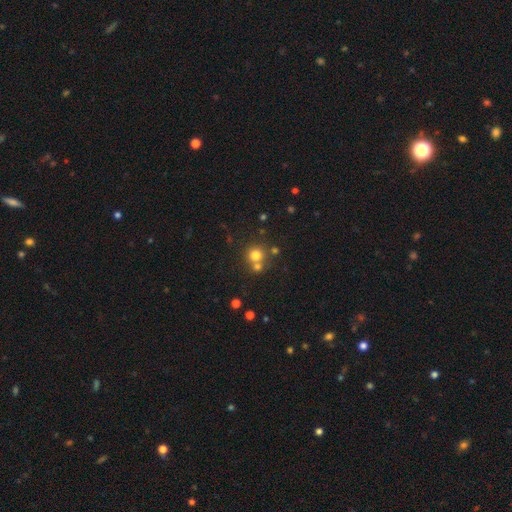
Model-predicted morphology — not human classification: This appears to be a smooth galaxy with no disk features (75%) that is round (90%). Merging: none (59%).